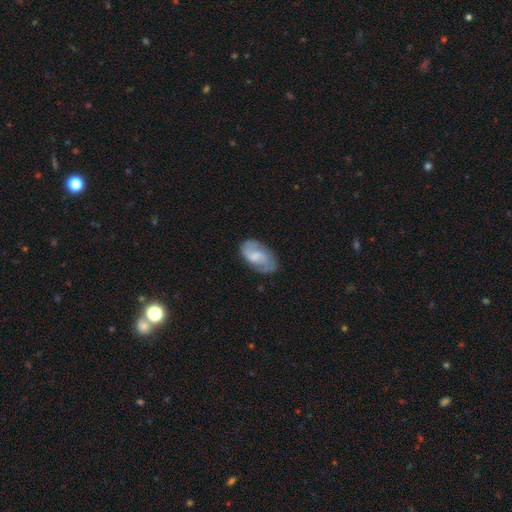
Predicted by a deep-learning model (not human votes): Overall: featured or disk (63%; smooth 31%). Edge-on disk: no (97%). Bar: weak (55%; no 32%). Spiral arms: yes (89%). Spiral arm count: 2 (81%). Spiral winding: medium (46%; loose 36%). Bulge size: none (32%; small 31%). Merging: none (72%).